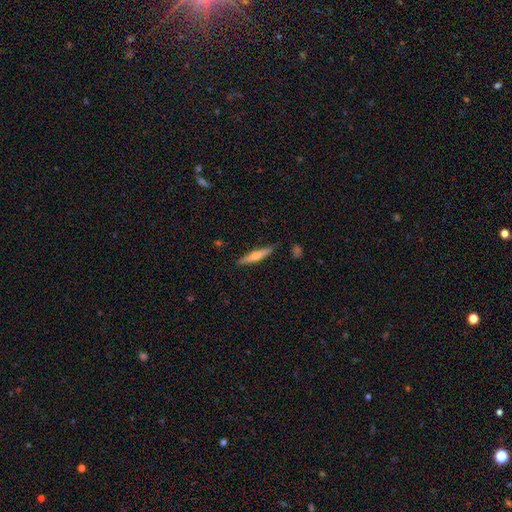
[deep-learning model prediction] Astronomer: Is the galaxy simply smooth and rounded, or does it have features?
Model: smooth — 50% (runner-up: featured or disk, 44%).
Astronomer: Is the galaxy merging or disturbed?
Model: none — 87%.